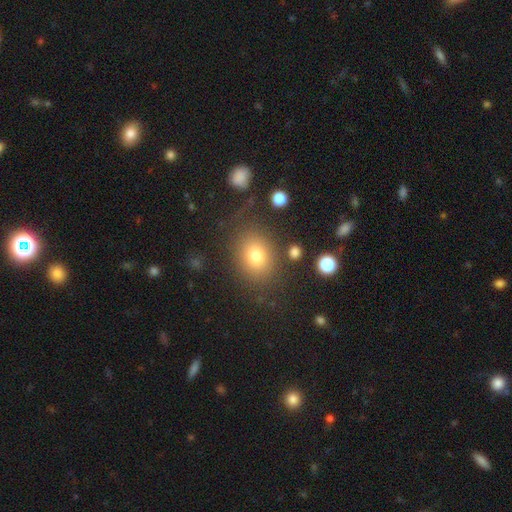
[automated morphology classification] A smooth galaxy with no disk features (77%) that is in between round and cigar-shaped (60%).

Vote fractions:
- Smooth or featured? smooth: 77% / star or artifact: 13% / featured or disk: 10%
- How rounded? in between: 60% / round: 38% / cigar-shaped: 1%
- Merging? none: 79% / minor disturbance: 12% / major disturbance: 5% / merger: 4%